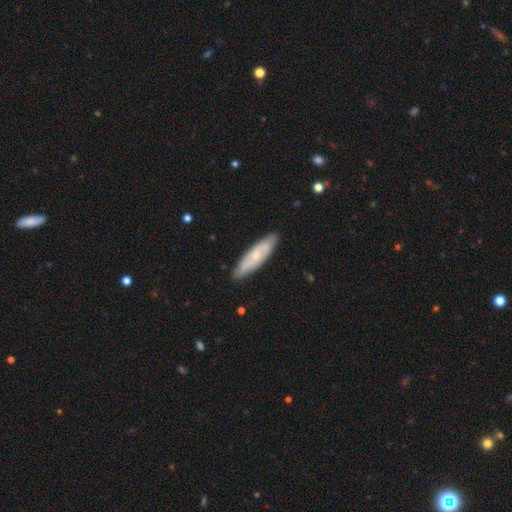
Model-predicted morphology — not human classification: A smooth galaxy with no disk features (48%). Merging: none (86%).